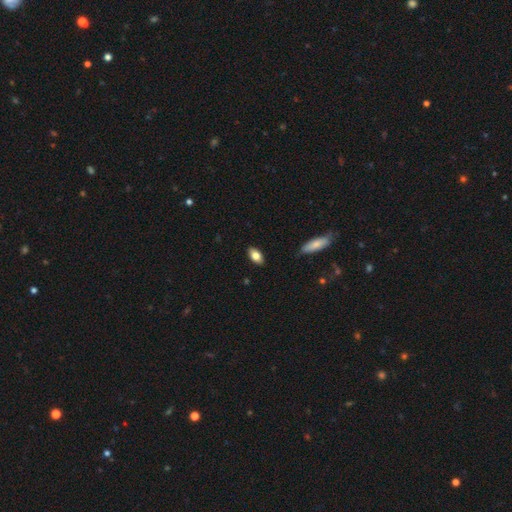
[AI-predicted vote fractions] Overall: smooth (79%). How rounded: in between (90%). Merging: none (87%).